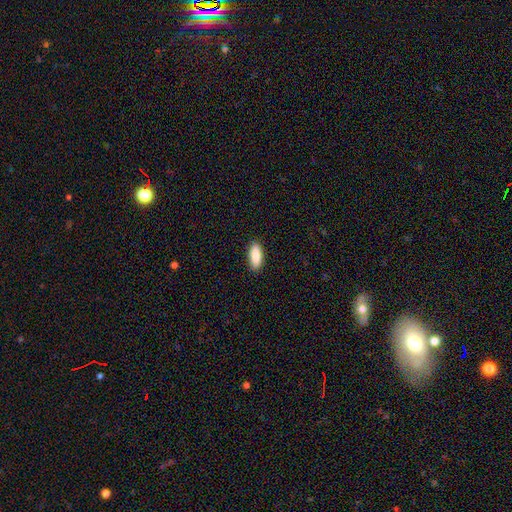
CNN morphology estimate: This appears to be a smooth galaxy with no disk features (88%) that is in between round and cigar-shaped (75%). Merging: none (90%).